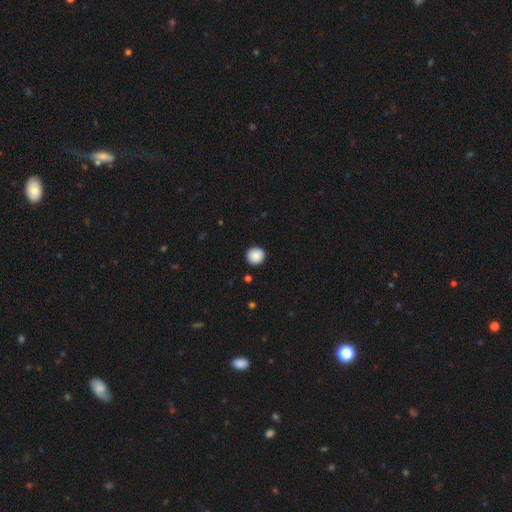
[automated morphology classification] smooth 89%, star or artifact 8%, featured or disk 3%. Down the decision tree: how rounded — round (95%); merging — none (92%).